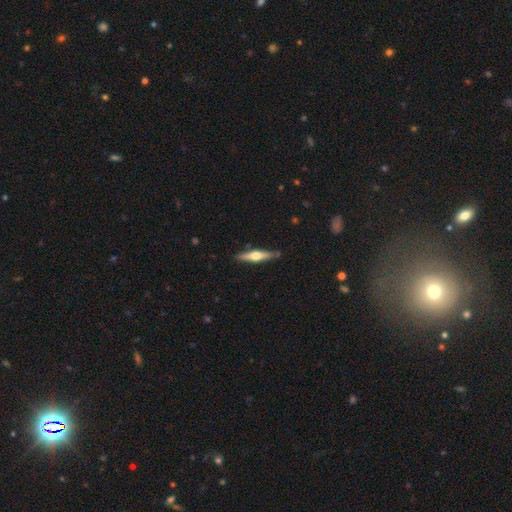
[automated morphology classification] featured or disk 64%, smooth 30%, star or artifact 5%. Down the decision tree: edge-on disk — yes (97%); edge-on bulge — rounded (93%); merging — none (87%).